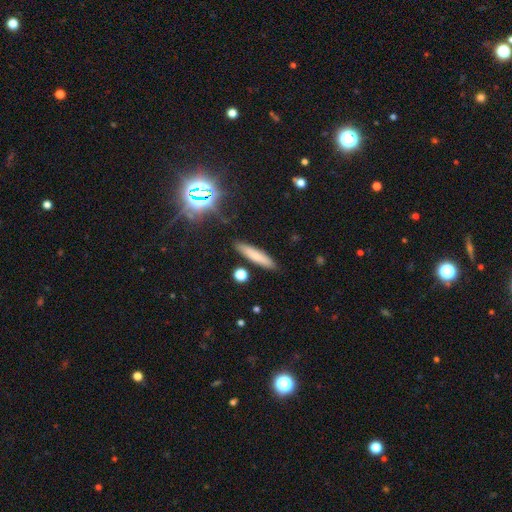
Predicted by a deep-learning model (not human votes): A smooth galaxy with no disk features (72%) that is cigar-shaped (85%). Merging: none (88%).